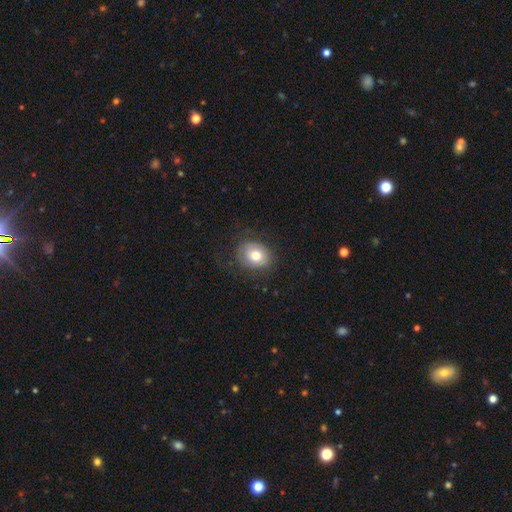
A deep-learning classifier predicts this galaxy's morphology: This is likely a smooth galaxy (74%). How rounded: possibly round (59%). Merging: likely none (77%).